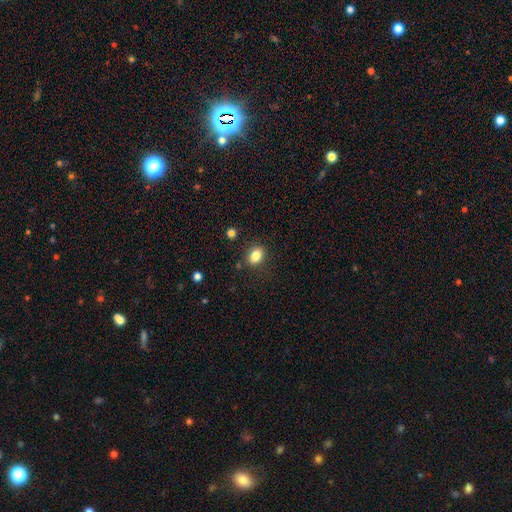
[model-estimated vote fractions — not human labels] Q: Smooth or featured?
A: smooth (83%); runner-up: star or artifact (10%)
Q: How rounded?
A: in between (61%); runner-up: round (37%)
Q: Merging?
A: none (83%); runner-up: minor disturbance (11%)